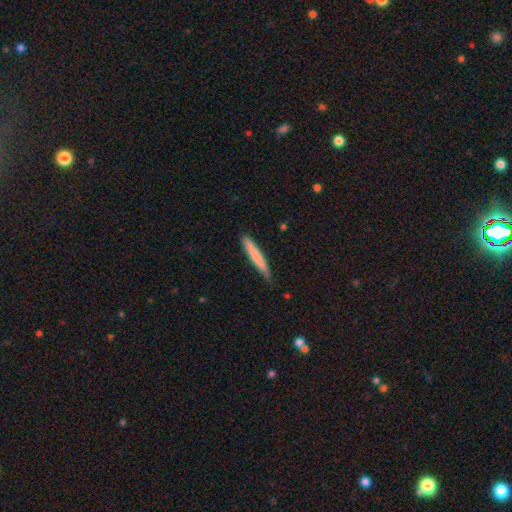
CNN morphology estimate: smooth_or_featured: smooth (p=0.75) [alt: featured or disk p=0.19]
how_rounded: cigar-shaped (p=0.95) [alt: in between p=0.04]
merging: none (p=0.82) [alt: minor disturbance p=0.15]